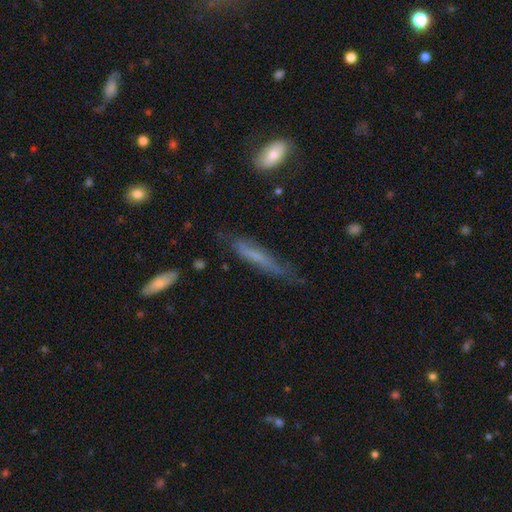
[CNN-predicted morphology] This appears to be a smooth galaxy with no disk features (49%). Merging: none (56%).